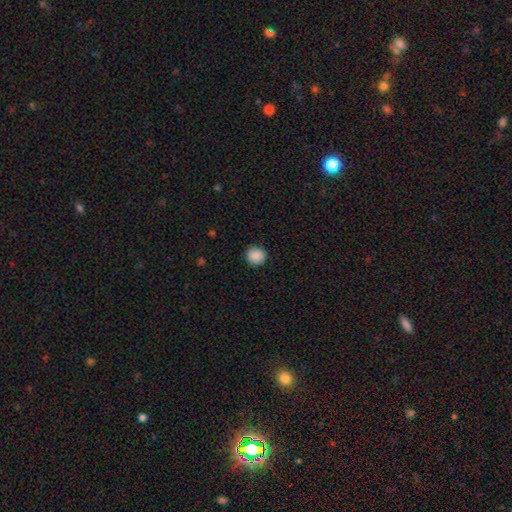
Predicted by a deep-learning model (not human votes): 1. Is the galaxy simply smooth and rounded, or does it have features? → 89% smooth, 8% star or artifact, 3% featured or disk.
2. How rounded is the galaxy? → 89% round, 10% in between, 1% cigar-shaped.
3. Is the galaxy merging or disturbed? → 89% none, 8% minor disturbance, 2% major disturbance, 1% merger.